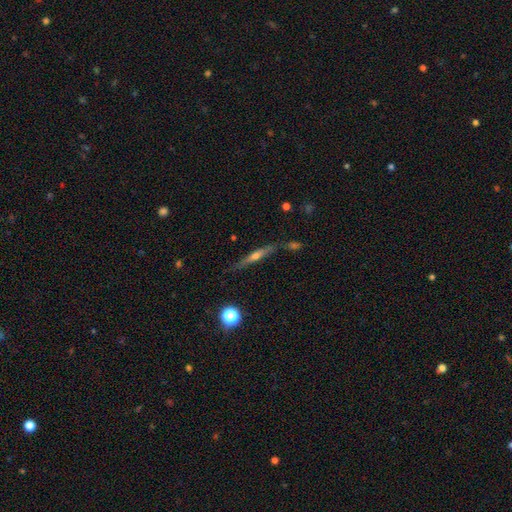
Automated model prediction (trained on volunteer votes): Smooth or featured?
  - featured or disk: 61% *
  - smooth: 29%
  - star or artifact: 9%
Edge-on disk?
  - yes: 94% *
  - no: 6%
Edge-on bulge?
  - rounded: 75% *
  - none: 16%
  - boxy: 8%
Merging?
  - none: 74% *
  - minor disturbance: 15%
  - merger: 6%
  - major disturbance: 4%